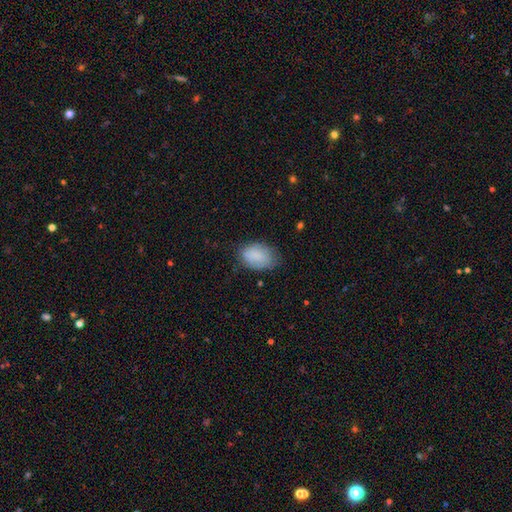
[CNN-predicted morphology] smooth_or_featured: smooth (p=0.84) [alt: featured or disk p=0.09]
how_rounded: in between (p=0.86) [alt: round p=0.13]
merging: none (p=0.67) [alt: minor disturbance p=0.25]